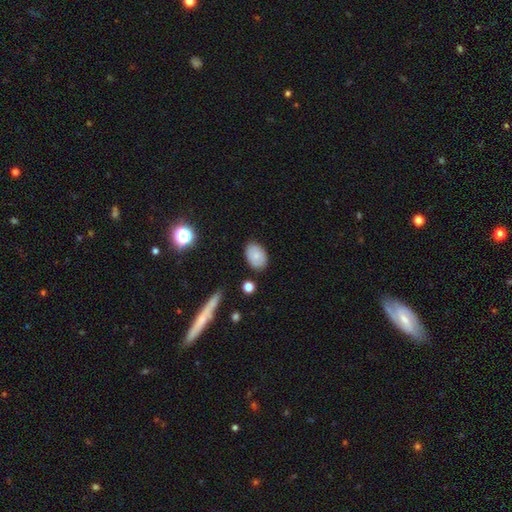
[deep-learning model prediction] Smooth or featured: smooth — 79% (featured or disk — 13%)
How rounded: in between — 86% (round — 13%)
Merging: none — 83% (minor disturbance — 12%)